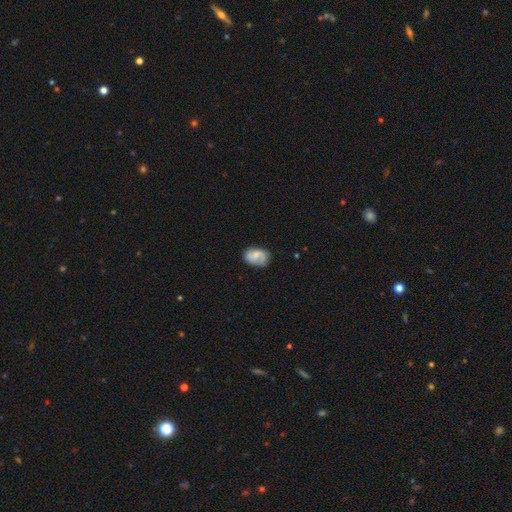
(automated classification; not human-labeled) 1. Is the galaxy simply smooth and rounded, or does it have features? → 56% smooth, 36% featured or disk, 8% star or artifact.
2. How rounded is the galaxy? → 78% in between, 20% round, 1% cigar-shaped.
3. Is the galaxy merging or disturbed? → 62% none, 26% minor disturbance, 9% major disturbance, 3% merger.